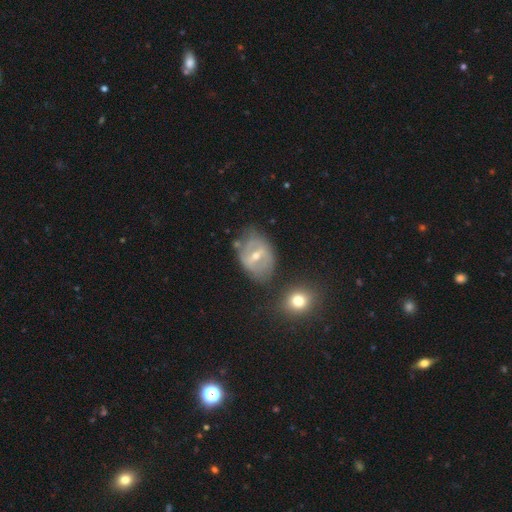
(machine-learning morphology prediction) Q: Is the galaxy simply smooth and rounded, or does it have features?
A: featured or disk — 72%.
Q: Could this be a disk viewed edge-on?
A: no — 94%.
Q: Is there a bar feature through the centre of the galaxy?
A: strong — 50%.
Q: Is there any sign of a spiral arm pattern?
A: yes — 51%.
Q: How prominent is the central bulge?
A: moderate — 53%.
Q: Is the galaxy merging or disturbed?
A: none — 57%.